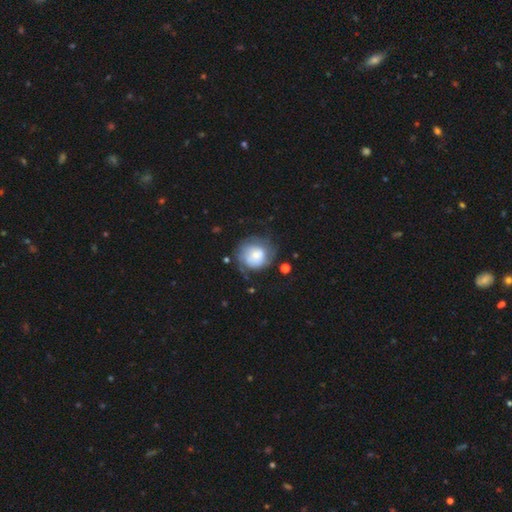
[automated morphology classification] smooth-or-featured: smooth: 53% | featured or disk: 39% | star or artifact: 8%
  how-rounded: round: 84% | in between: 15% | cigar-shaped: 1%
  merging: none: 52% | minor disturbance: 25% | major disturbance: 18% | merger: 5%